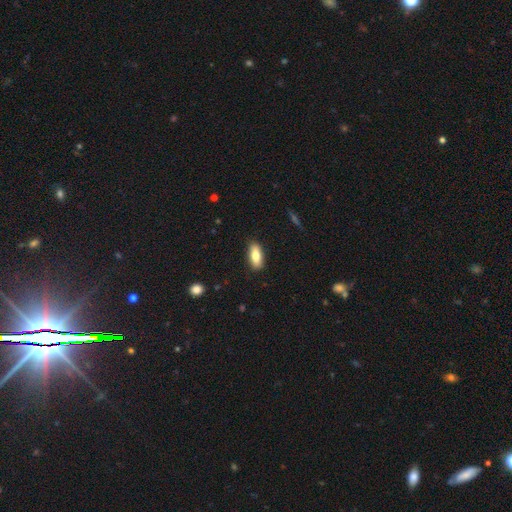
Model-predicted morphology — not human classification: Smooth or featured? smooth (82%)
How rounded? in between (81%)
Merging? none (86%)